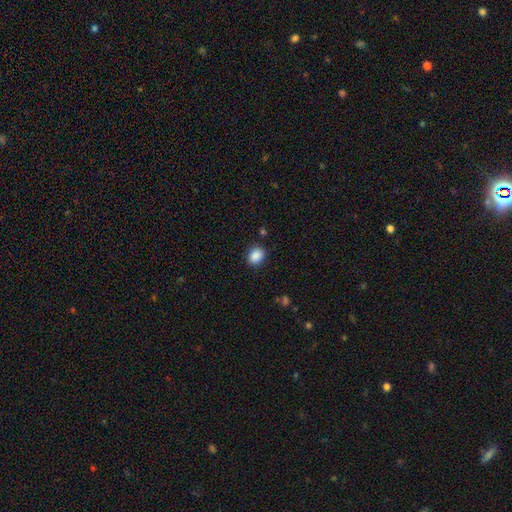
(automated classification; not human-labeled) Smooth or featured: smooth — 88% (star or artifact — 9%)
How rounded: in between — 51% (round — 48%)
Merging: none — 86% (minor disturbance — 10%)